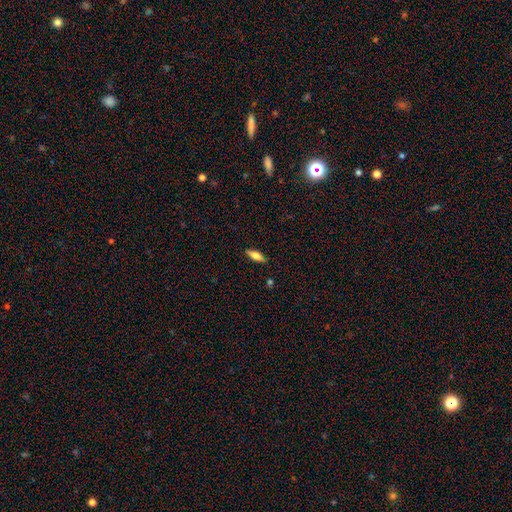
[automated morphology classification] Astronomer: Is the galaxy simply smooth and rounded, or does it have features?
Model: smooth — 63%.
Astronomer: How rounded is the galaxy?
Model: in between — 58% (runner-up: cigar-shaped, 39%).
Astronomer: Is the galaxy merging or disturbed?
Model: none — 88%.